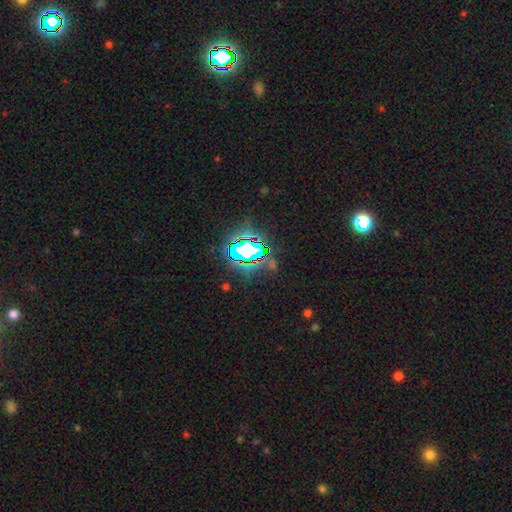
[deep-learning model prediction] Smooth or featured: star or artifact — 77% (smooth — 13%)